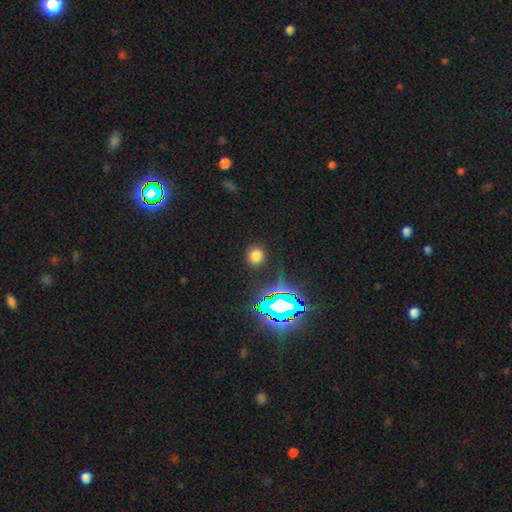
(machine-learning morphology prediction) A smooth galaxy with no disk features (70%) that is round (80%). Merging: none (87%).